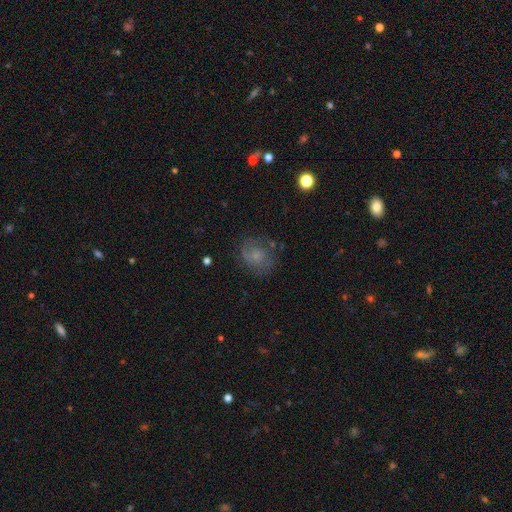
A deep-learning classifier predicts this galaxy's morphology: smooth_or_featured: featured or disk (p=0.54) [alt: smooth p=0.33]
disk_edge_on: no (p=0.97) [alt: yes p=0.03]
bar: no (p=0.74) [alt: weak p=0.23]
has_spiral_arms: yes (p=0.84) [alt: no p=0.16]
bulge_size: small (p=0.57) [alt: moderate p=0.24]
merging: none (p=0.71) [alt: minor disturbance p=0.18]